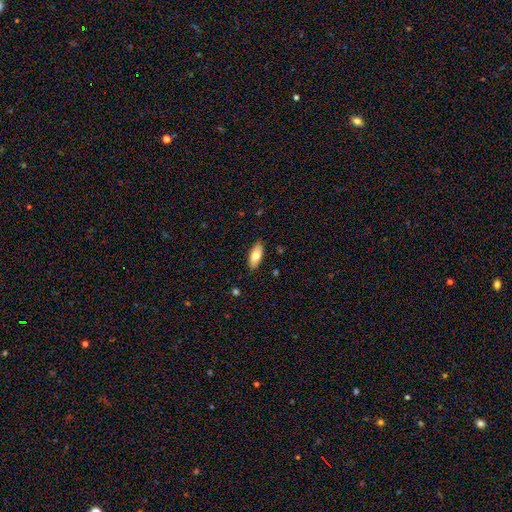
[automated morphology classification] Overall: smooth (76%). How rounded: in between (86%). Merging: none (87%).